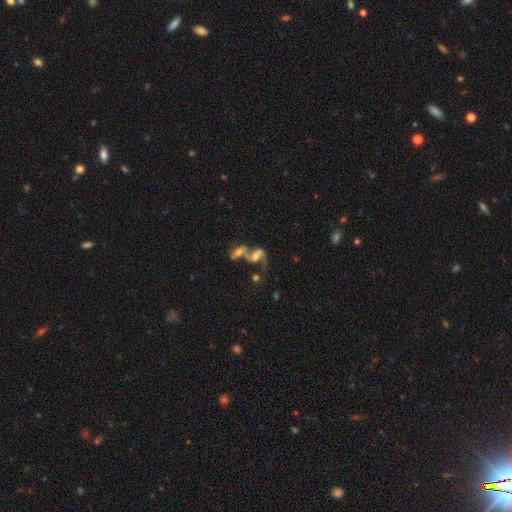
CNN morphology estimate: The model was most divided on "bulge size": moderate: 39%, small: 24%, none: 17%, large: 17%, dominant: 3%. More confident: edge-on disk — no (95%); spiral arms — yes (81%); smooth or featured — featured or disk (63%); merging — merger (63%); bar — no (53%).